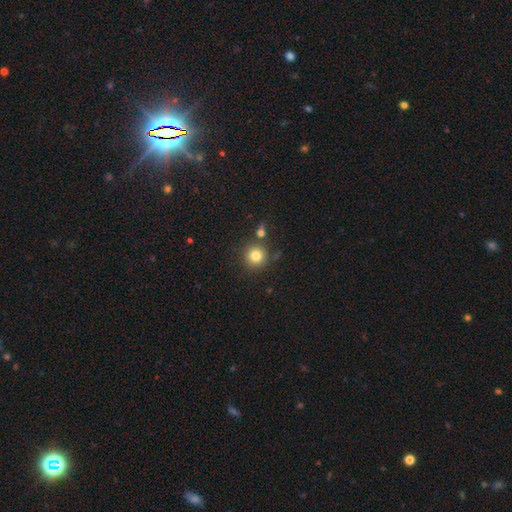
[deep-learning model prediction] Smooth or featured: smooth — 80% (star or artifact — 12%)
How rounded: round — 94% (in between — 5%)
Merging: none — 79% (merger — 9%)